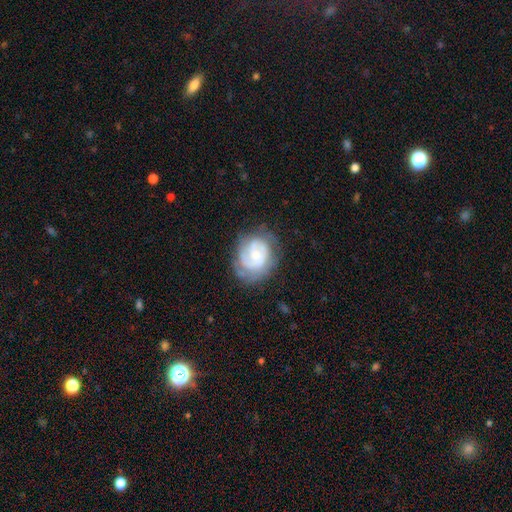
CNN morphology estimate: Overall: featured or disk (70%). Edge-on disk: no (98%). Bar: no (65%; weak 30%). Spiral arms: yes (84%). Spiral arm count: can't tell (38%; 2 31%). Spiral winding: tight (57%; medium 32%). Bulge size: small (56%; moderate 33%). Merging: none (61%; minor disturbance 23%).